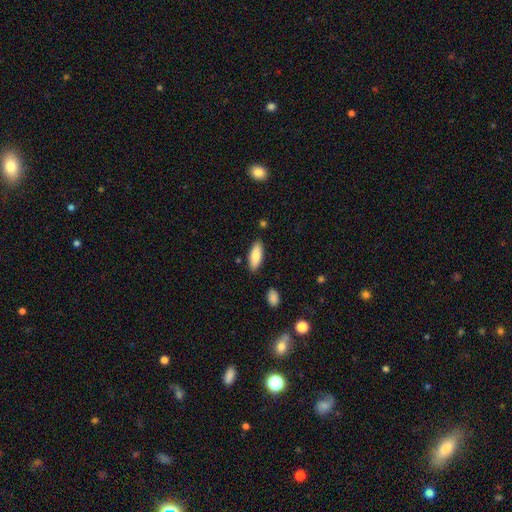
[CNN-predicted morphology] Smooth or featured?
  - smooth: 84% *
  - featured or disk: 10%
  - star or artifact: 6%
How rounded?
  - in between: 74% *
  - cigar-shaped: 25%
  - round: 2%
Merging?
  - none: 85% *
  - minor disturbance: 10%
  - merger: 2%
  - major disturbance: 2%